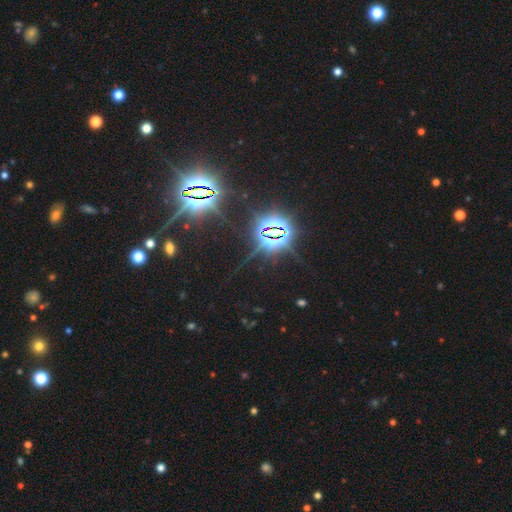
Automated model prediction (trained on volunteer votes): Smooth or featured? Predicted: star or artifact (p=0.85).